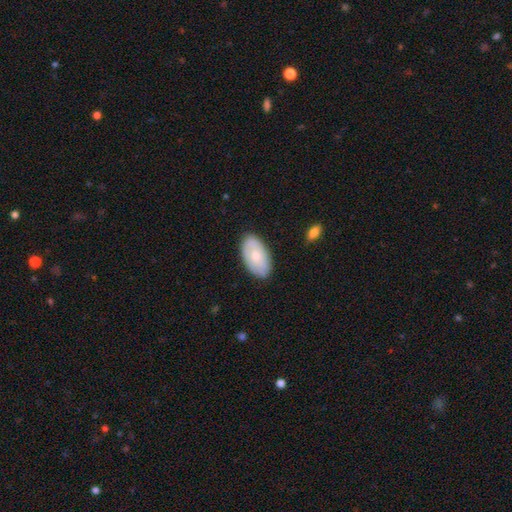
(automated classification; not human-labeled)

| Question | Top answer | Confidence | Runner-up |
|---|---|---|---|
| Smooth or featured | smooth | 66% | featured or disk (29%) |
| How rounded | in between | 95% | round (4%) |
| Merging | none | 84% | minor disturbance (12%) |